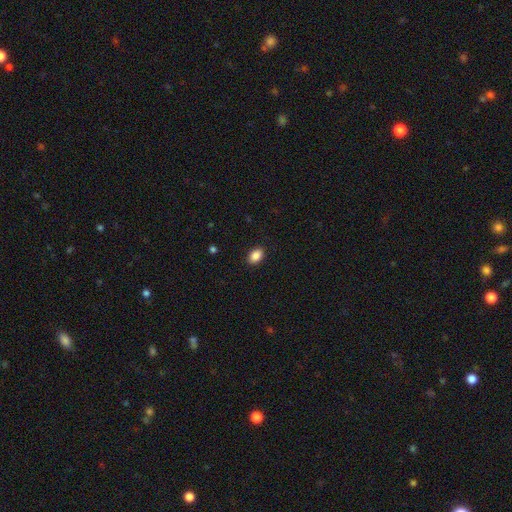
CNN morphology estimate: A smooth galaxy with no disk features (88%) that is in between round and cigar-shaped (80%). Merging: none (89%).